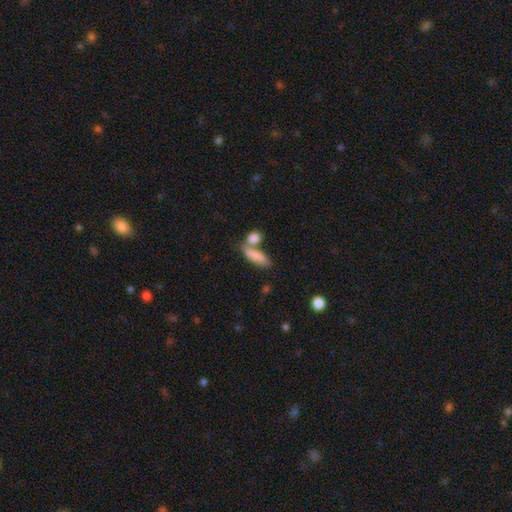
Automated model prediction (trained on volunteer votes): A smooth galaxy with no disk features (83%) that is in between round and cigar-shaped (59%). Merging: none (42%).